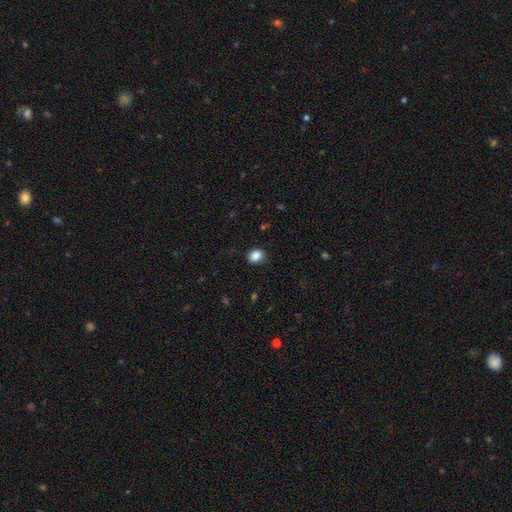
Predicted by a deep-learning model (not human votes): This appears to be a smooth galaxy with no disk features (87%) that is round (52%). Merging: none (87%).